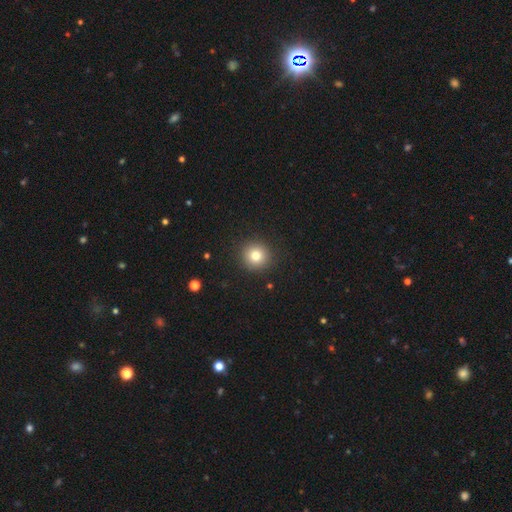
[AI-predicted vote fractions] Smooth or featured?
  - smooth: 80% *
  - star or artifact: 12%
  - featured or disk: 9%
How rounded?
  - round: 94% *
  - in between: 5%
  - cigar-shaped: 1%
Merging?
  - none: 91% *
  - minor disturbance: 6%
  - major disturbance: 2%
  - merger: 1%